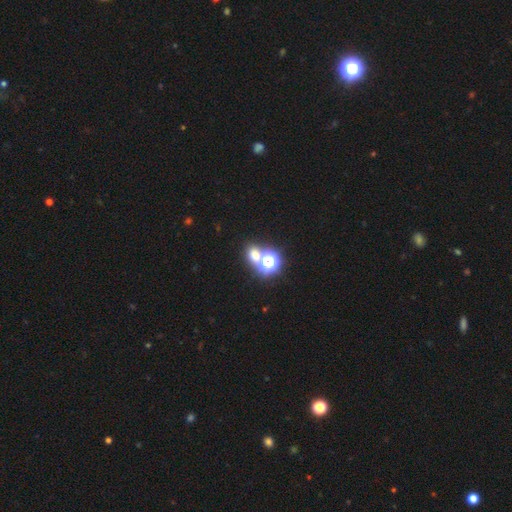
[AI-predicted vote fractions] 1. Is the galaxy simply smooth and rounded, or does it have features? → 55% smooth, 37% star or artifact, 8% featured or disk.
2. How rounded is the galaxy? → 72% round, 27% in between, 1% cigar-shaped.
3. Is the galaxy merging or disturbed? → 59% none, 29% merger, 8% minor disturbance, 4% major disturbance.